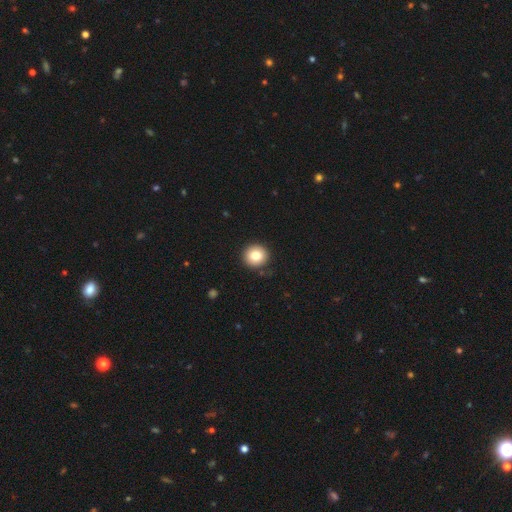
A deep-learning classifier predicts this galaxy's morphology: This is likely a smooth galaxy (79%). How rounded: clearly round (92%). Merging: clearly none (90%).